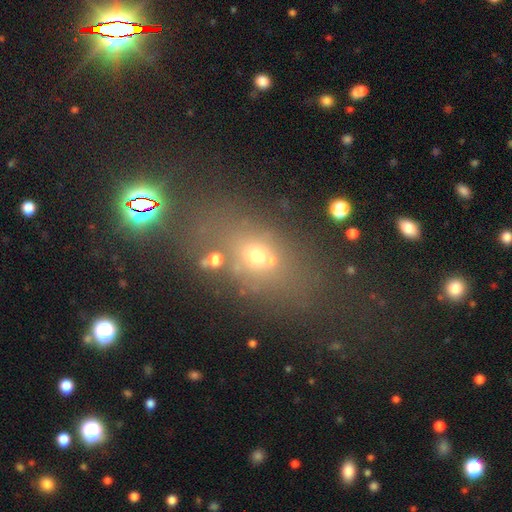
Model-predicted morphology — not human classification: Smooth or featured? smooth (50%)
Merging? none (60%)